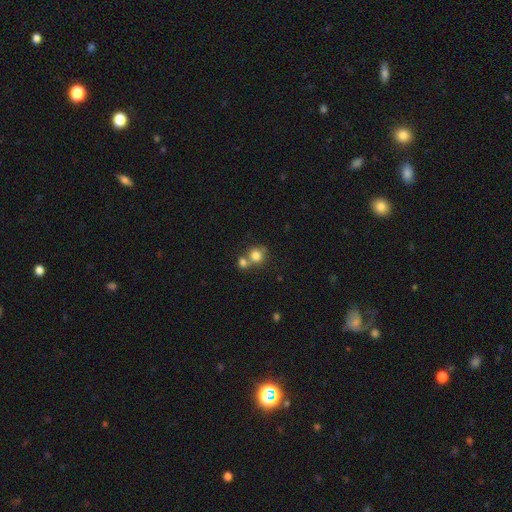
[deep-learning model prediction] A smooth galaxy with no disk features (79%) that is round (84%). Merging: merger (44%, tied with none).